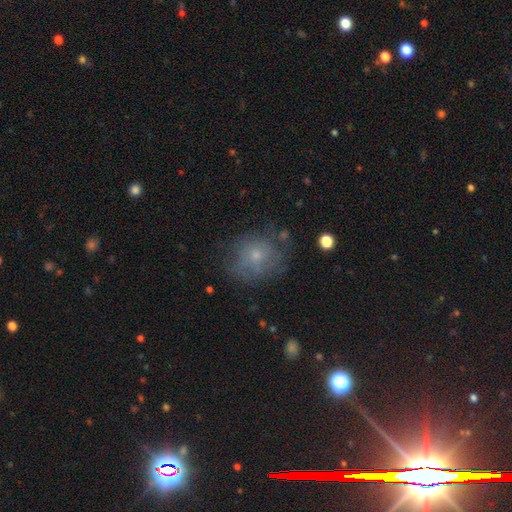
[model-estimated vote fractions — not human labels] Smooth or featured? smooth (57%)
How rounded? round (73%)
Merging? none (62%)